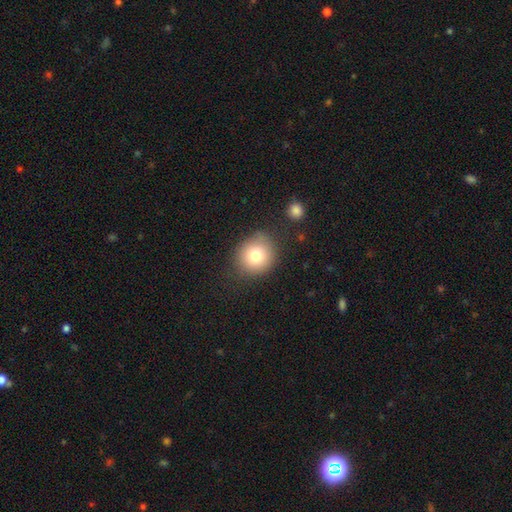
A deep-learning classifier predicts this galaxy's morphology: Smooth or featured: smooth — 77% (featured or disk — 11%)
How rounded: round — 82% (in between — 17%)
Merging: none — 78% (minor disturbance — 14%)